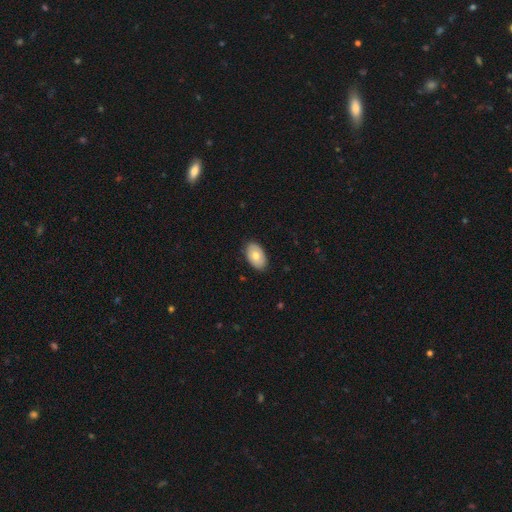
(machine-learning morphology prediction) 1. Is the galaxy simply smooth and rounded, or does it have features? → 72% smooth, 22% featured or disk, 6% star or artifact.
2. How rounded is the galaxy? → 92% in between, 7% round, 1% cigar-shaped.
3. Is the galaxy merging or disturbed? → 87% none, 10% minor disturbance, 2% major disturbance, 1% merger.